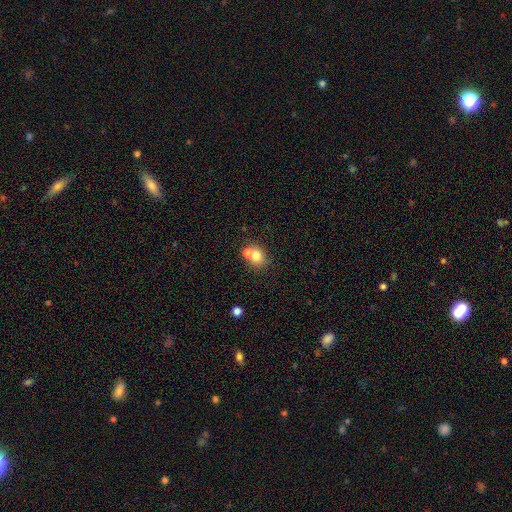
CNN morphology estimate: Smooth or featured?
  - smooth: 74% *
  - featured or disk: 15%
  - star or artifact: 11%
How rounded?
  - round: 71% *
  - in between: 28%
  - cigar-shaped: 1%
Merging?
  - merger: 49% *
  - none: 40%
  - minor disturbance: 8%
  - major disturbance: 3%